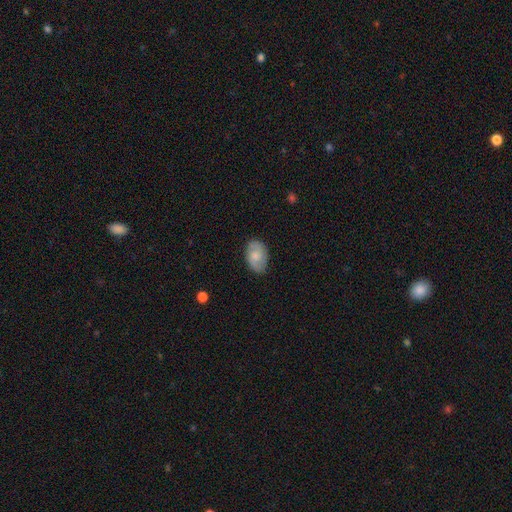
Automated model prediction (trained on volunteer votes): This appears to be a smooth galaxy with no disk features (51%) that is in between round and cigar-shaped (87%). Merging: none (80%).